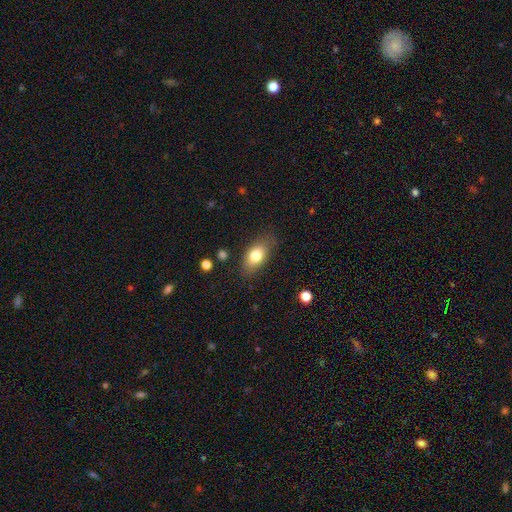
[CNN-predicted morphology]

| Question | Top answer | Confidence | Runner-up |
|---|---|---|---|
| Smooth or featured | smooth | 78% | featured or disk (14%) |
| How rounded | in between | 87% | round (8%) |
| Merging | none | 79% | minor disturbance (15%) |